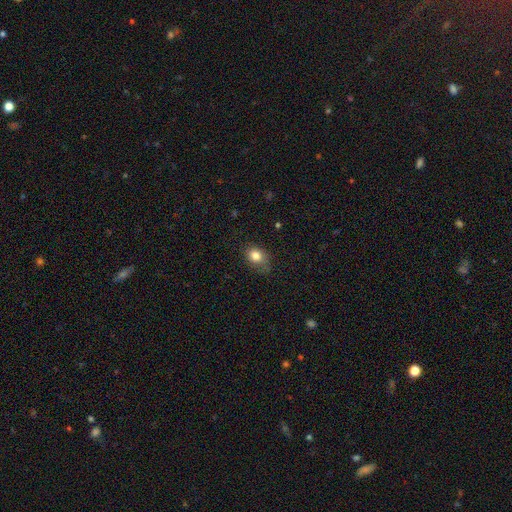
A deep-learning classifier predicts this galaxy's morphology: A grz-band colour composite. It shows a smooth galaxy with no disk features (82%) that is in between round and cigar-shaped (52%). Merging: none (65%).